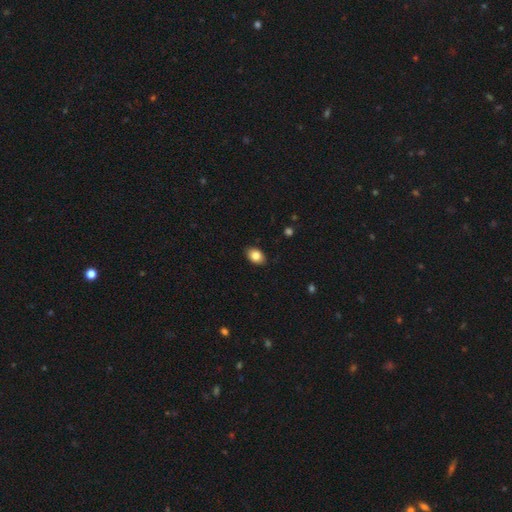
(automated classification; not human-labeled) Smooth or featured? Predicted: smooth (p=0.84). How rounded? Predicted: in between (p=0.82). Merging? Predicted: none (p=0.87).